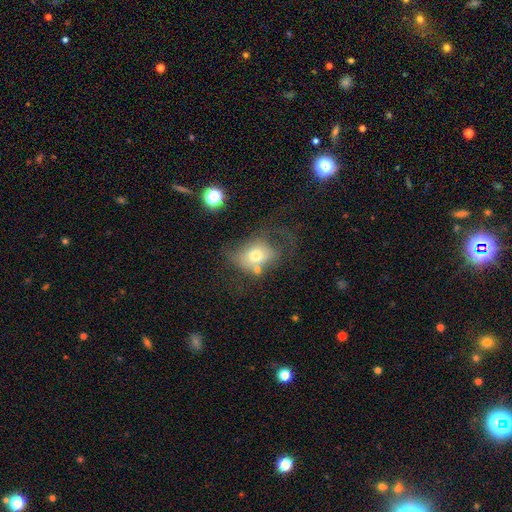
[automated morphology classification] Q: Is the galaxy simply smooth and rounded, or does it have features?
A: smooth — 59%.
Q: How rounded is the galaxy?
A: in between — 52%.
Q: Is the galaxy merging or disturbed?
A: major disturbance — 36%.